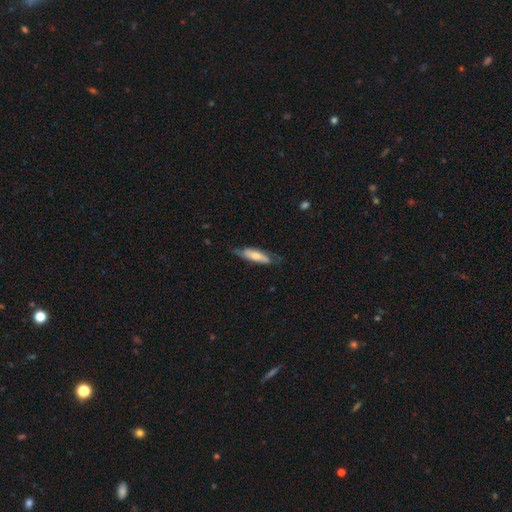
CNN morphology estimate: Smooth or featured? smooth (55%)
How rounded? cigar-shaped (56%)
Merging? none (66%)